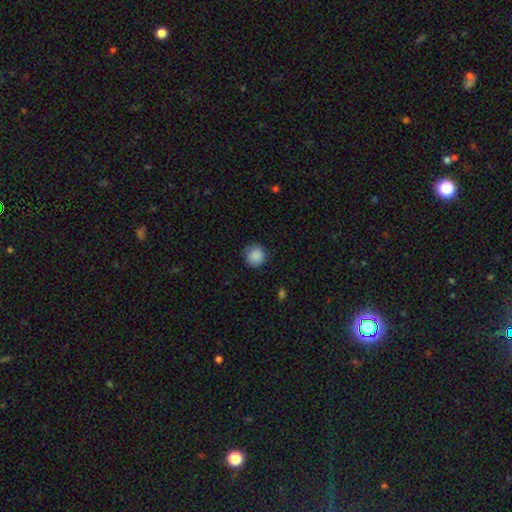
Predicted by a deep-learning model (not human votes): A smooth galaxy with no disk features (89%) that is round (93%). Merging: none (88%).